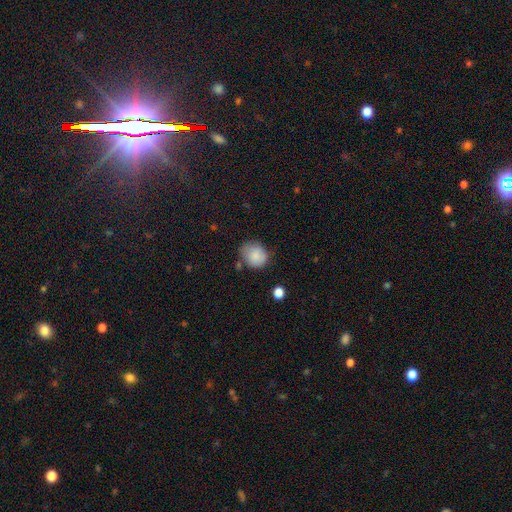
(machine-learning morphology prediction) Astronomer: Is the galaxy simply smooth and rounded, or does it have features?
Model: smooth — 84%.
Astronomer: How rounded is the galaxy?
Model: round — 68%.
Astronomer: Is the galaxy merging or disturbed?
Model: none — 62%.